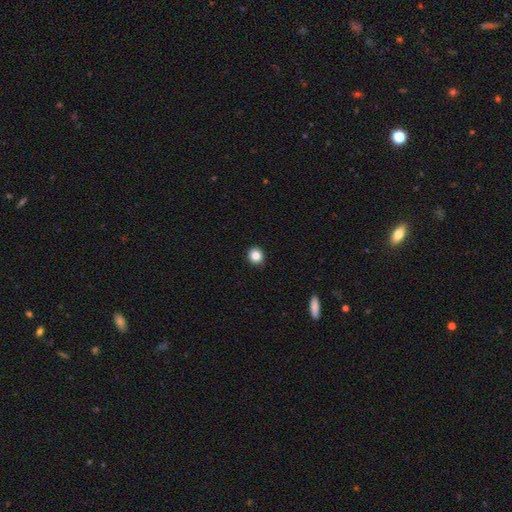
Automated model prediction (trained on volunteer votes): Smooth or featured? smooth (85%)
How rounded? round (88%)
Merging? none (91%)